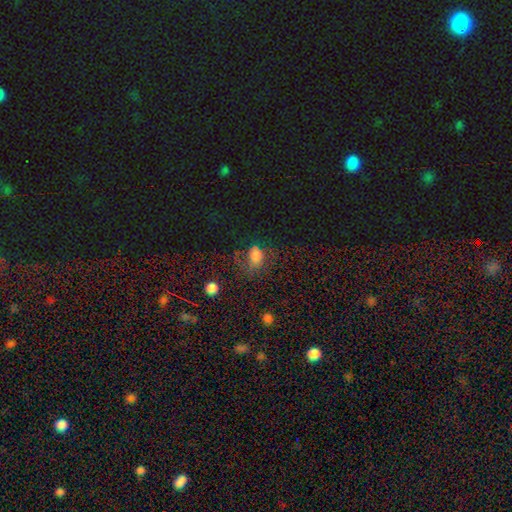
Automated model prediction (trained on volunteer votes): smooth_or_featured: smooth (p=0.68) [alt: star or artifact p=0.20]
how_rounded: round (p=0.54) [alt: in between p=0.44]
merging: none (p=0.53) [alt: minor disturbance p=0.22]